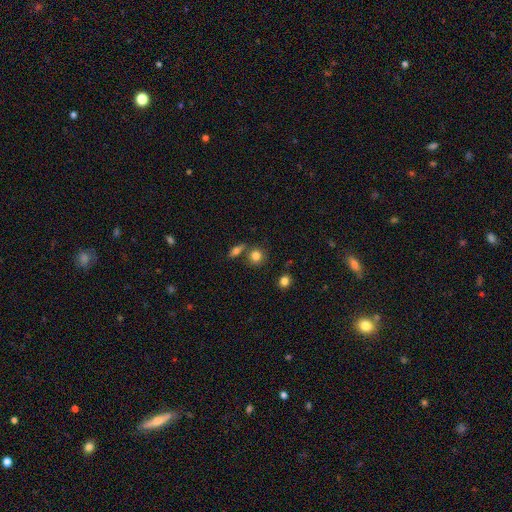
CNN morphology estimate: Q: Smooth or featured?
A: smooth (80%); runner-up: star or artifact (10%)
Q: How rounded?
A: round (79%); runner-up: in between (19%)
Q: Merging?
A: none (66%); runner-up: merger (20%)